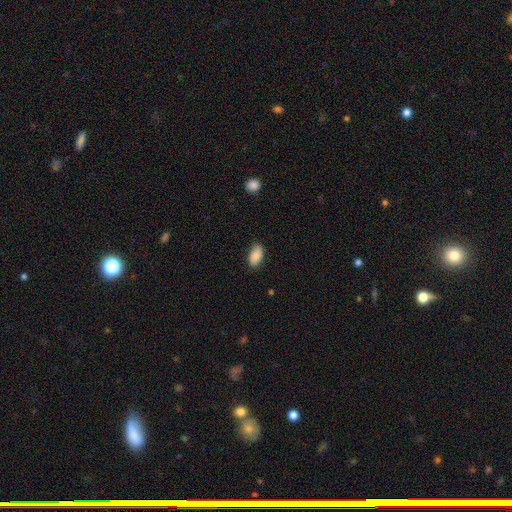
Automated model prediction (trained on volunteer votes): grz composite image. It shows a smooth galaxy with no disk features (88%) that is in between round and cigar-shaped (94%). Merging: none (81%).